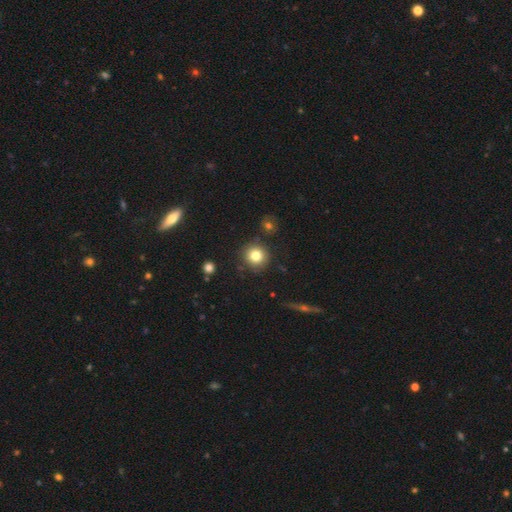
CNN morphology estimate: Smooth or featured: smooth — 80% (star or artifact — 11%)
How rounded: round — 93% (in between — 6%)
Merging: none — 87% (minor disturbance — 7%)